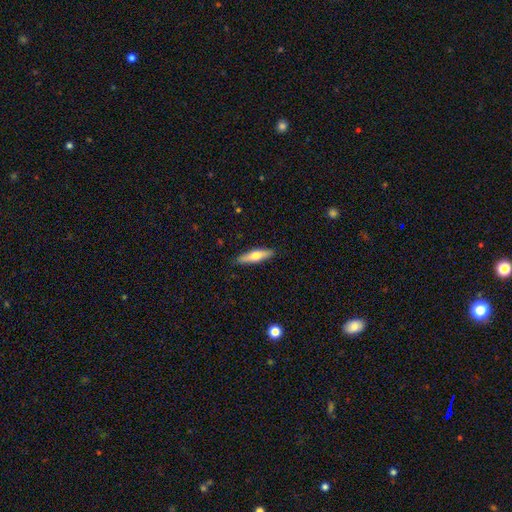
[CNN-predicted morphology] Q: Smooth or featured?
A: smooth (56%); runner-up: featured or disk (38%)
Q: How rounded?
A: cigar-shaped (70%); runner-up: in between (28%)
Q: Merging?
A: none (89%); runner-up: minor disturbance (8%)